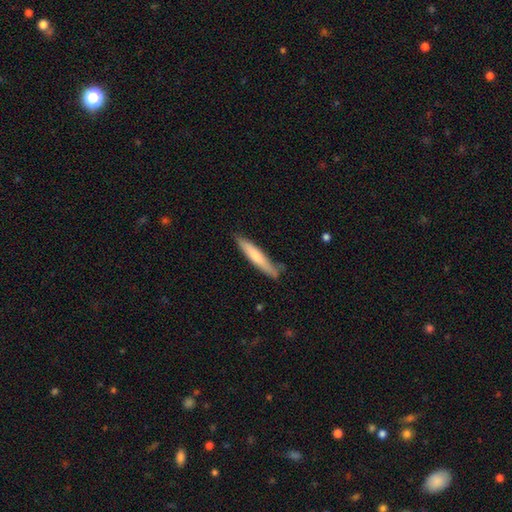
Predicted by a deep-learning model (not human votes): smooth-or-featured: smooth: 68% | featured or disk: 27% | star or artifact: 5%
  how-rounded: cigar-shaped: 91% | in between: 8% | round: 1%
  merging: none: 76% | minor disturbance: 18% | major disturbance: 3% | merger: 3%